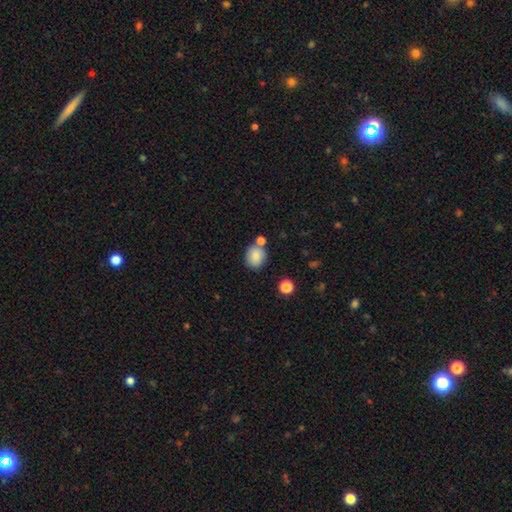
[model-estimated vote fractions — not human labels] smooth 85%, star or artifact 8%, featured or disk 7%. Down the decision tree: how rounded — round (67%); merging — none (68%).